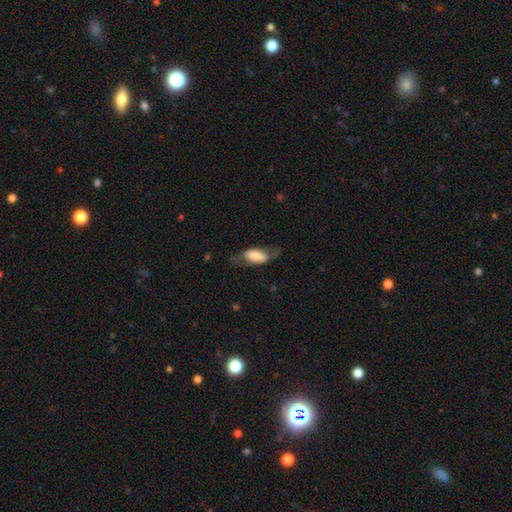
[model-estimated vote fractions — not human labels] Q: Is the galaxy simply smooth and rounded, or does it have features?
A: smooth — 66%.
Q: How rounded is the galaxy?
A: in between — 85%.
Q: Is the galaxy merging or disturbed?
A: none — 55%.